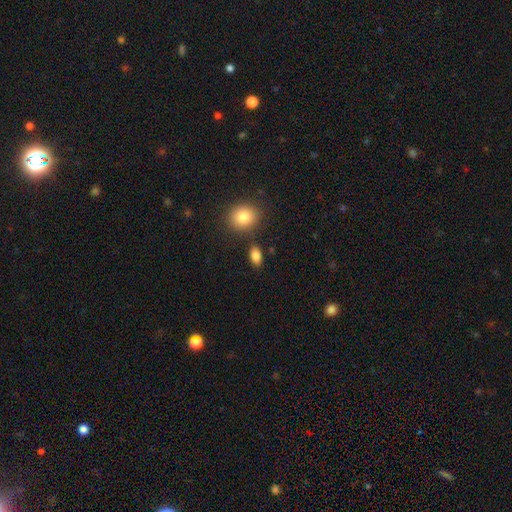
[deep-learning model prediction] smooth-or-featured: smooth: 85% | star or artifact: 9% | featured or disk: 5%
  how-rounded: in between: 86% | round: 12% | cigar-shaped: 2%
  merging: none: 82% | minor disturbance: 10% | merger: 5% | major disturbance: 3%